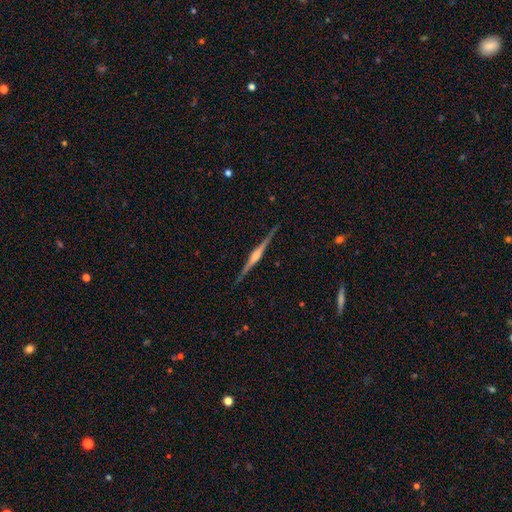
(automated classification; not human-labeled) smooth_or_featured: featured or disk (p=0.84) [alt: smooth p=0.11]
disk_edge_on: yes (p=0.99) [alt: no p=0.01]
edge_on_bulge: rounded (p=0.74) [alt: boxy p=0.19]
merging: none (p=0.90) [alt: minor disturbance p=0.08]